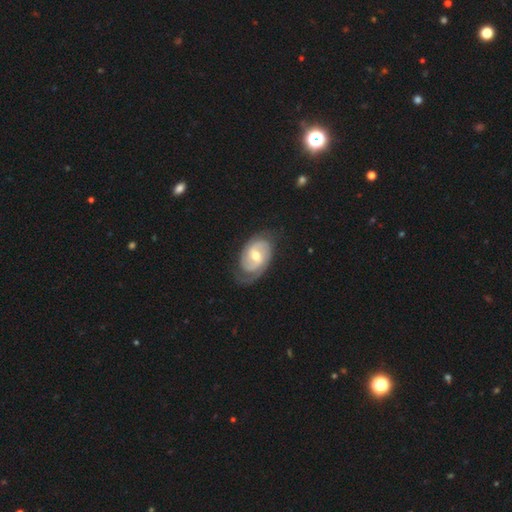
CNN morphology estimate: A featured or disk galaxy (84%) with a weak bar (48%), 2 (69%) tight (57%) spiral arms (95%) and a moderate central bulge (74%).

Vote fractions:
- Smooth or featured? featured or disk: 84% / smooth: 12% / star or artifact: 4%
- Edge-on disk? no: 97% / yes: 3%
- Bar? weak: 48% / no: 38% / strong: 13%
- Spiral arms? yes: 95% / no: 5%
- Spiral winding? tight: 57% / medium: 33% / loose: 11%
- Spiral arm count? 2: 69% / can't tell: 14% / 1: 7% / 3: 6% / 4: 2% / more than 4: 2%
- Bulge size? moderate: 74% / small: 19% / large: 5% / none: 1% / dominant: 1%
- Merging? none: 69% / minor disturbance: 20% / major disturbance: 9% / merger: 1%